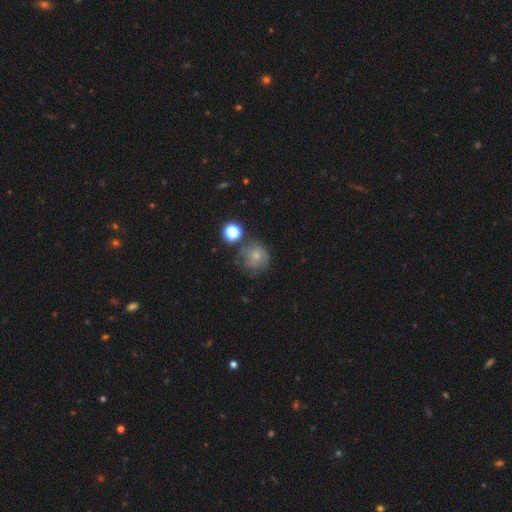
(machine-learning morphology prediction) Q: Smooth or featured?
A: smooth (63%); runner-up: featured or disk (24%)
Q: How rounded?
A: round (89%); runner-up: in between (10%)
Q: Merging?
A: none (58%); runner-up: minor disturbance (22%)